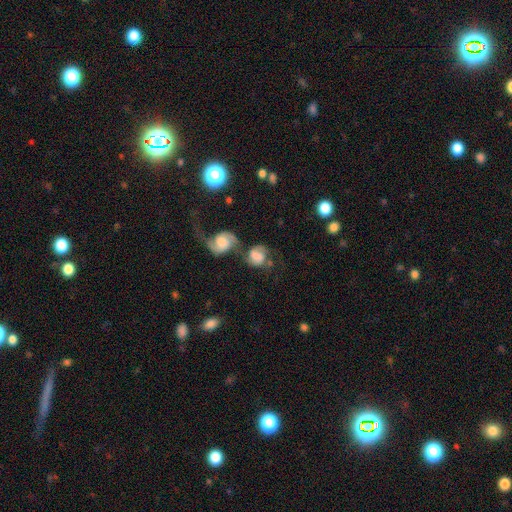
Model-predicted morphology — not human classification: Q: Smooth or featured?
A: featured or disk (53%); runner-up: smooth (38%)
Q: Edge-on disk?
A: no (97%); runner-up: yes (3%)
Q: Bar?
A: no (50%); runner-up: weak (37%)
Q: Spiral arms?
A: yes (85%); runner-up: no (15%)
Q: Bulge size?
A: moderate (26%); tied with: none (26%)
Q: Merging?
A: merger (45%); runner-up: none (27%)